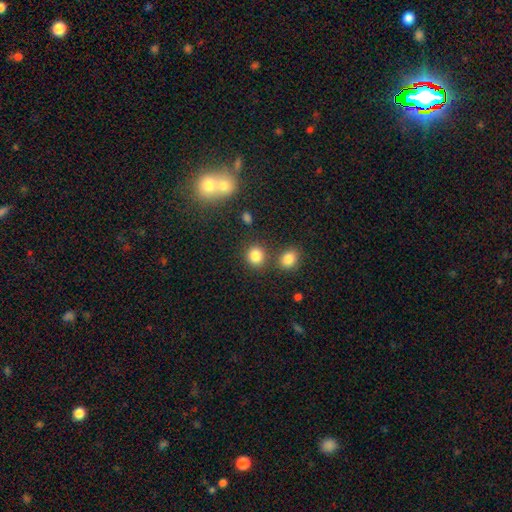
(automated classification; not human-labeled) This is clearly a smooth galaxy (83%). How rounded: clearly round (82%). Merging: likely none (75%).